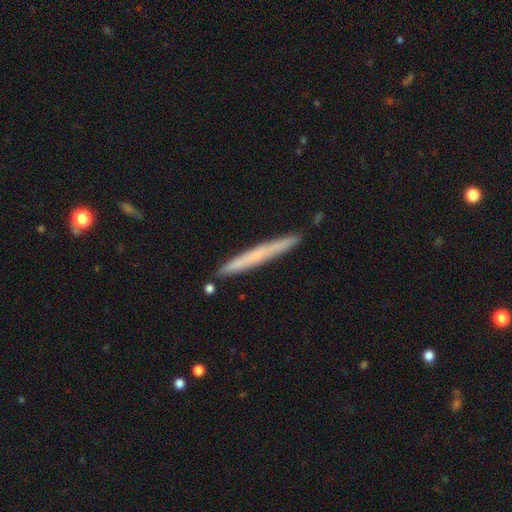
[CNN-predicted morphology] smooth-or-featured: smooth: 52% | featured or disk: 42% | star or artifact: 7%
  how-rounded: cigar-shaped: 97% | in between: 2% | round: 1%
  merging: none: 89% | minor disturbance: 8% | merger: 2% | major disturbance: 1%